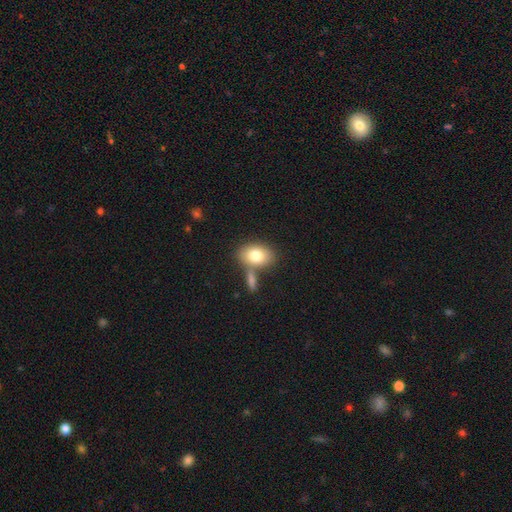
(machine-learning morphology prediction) The model was most divided on "merging": none: 59%, merger: 25%, minor disturbance: 12%, major disturbance: 4%. More confident: how rounded — in between (84%); smooth or featured — smooth (80%).